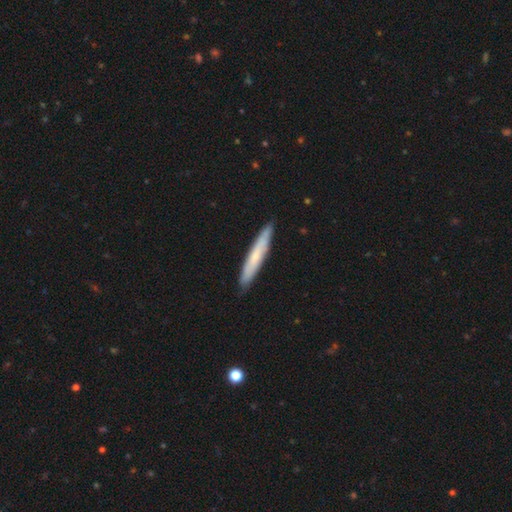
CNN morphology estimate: smooth-or-featured: smooth: 58% | featured or disk: 37% | star or artifact: 6%
  how-rounded: cigar-shaped: 94% | in between: 5% | round: 1%
  merging: none: 89% | minor disturbance: 9% | major disturbance: 1% | merger: 1%